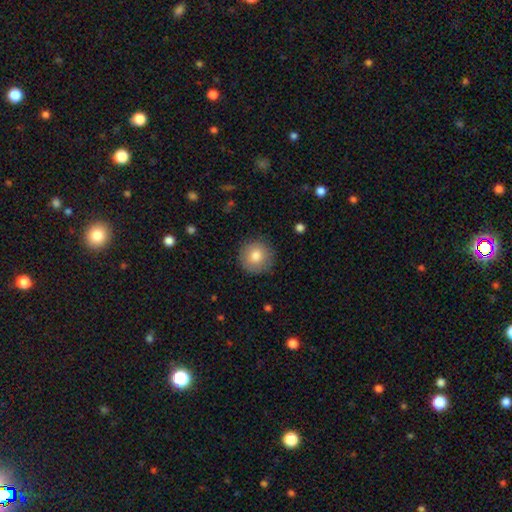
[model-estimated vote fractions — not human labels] A smooth galaxy with no disk features (80%) that is round (95%). Merging: none (86%).